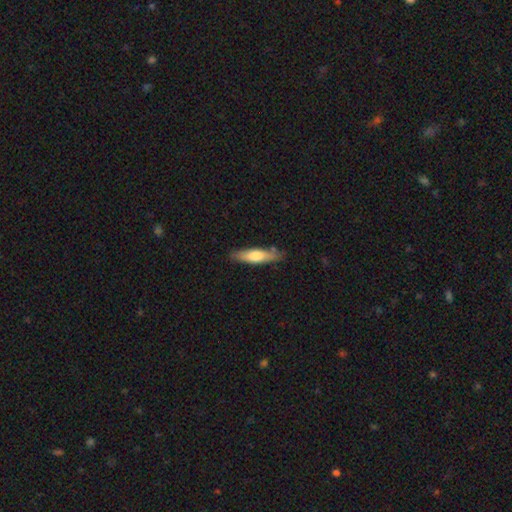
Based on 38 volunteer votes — Smooth or featured?
  - smooth: 76% *
  - featured or disk: 24%
  - star or artifact: 0%
How rounded?
  - cigar-shaped: 62% *
  - in between: 38%
  - round: 0%
Merging?
  - none: 84% *
  - major disturbance: 11%
  - minor disturbance: 5%
  - merger: 0%